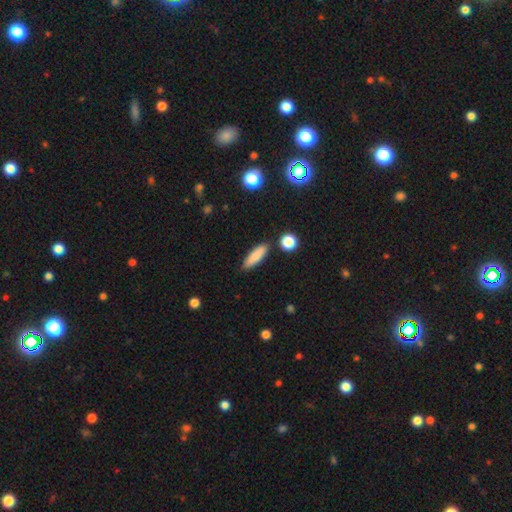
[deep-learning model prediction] Q: Smooth or featured?
A: smooth (79%); runner-up: featured or disk (14%)
Q: How rounded?
A: cigar-shaped (56%); runner-up: in between (42%)
Q: Merging?
A: none (85%); runner-up: minor disturbance (10%)